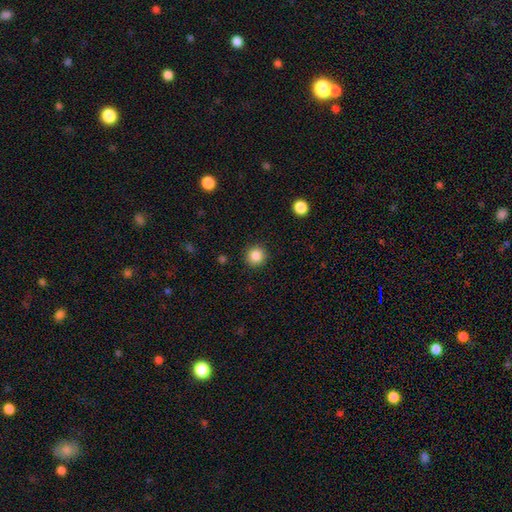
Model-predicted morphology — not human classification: This is clearly a smooth galaxy (86%). How rounded: clearly round (94%). Merging: clearly none (91%).